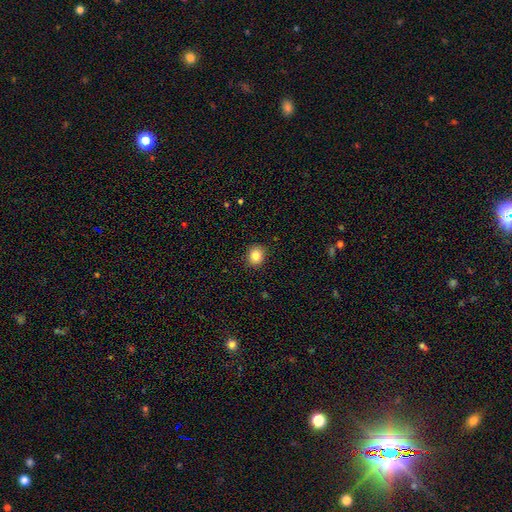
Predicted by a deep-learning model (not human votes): Smooth or featured? smooth (84%)
How rounded? round (79%)
Merging? none (90%)